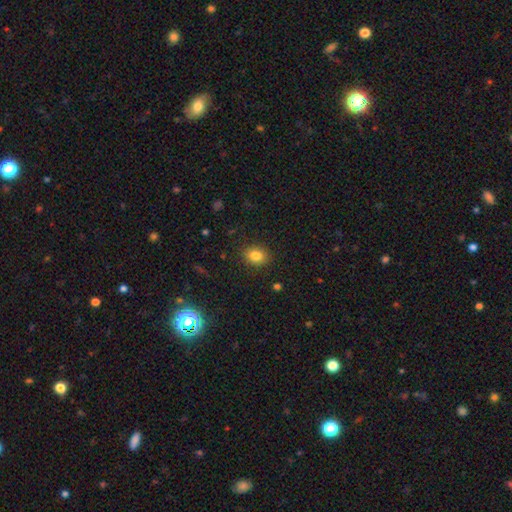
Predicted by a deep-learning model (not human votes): Overall: smooth (82%). How rounded: round (51%; in between 48%). Merging: none (87%).